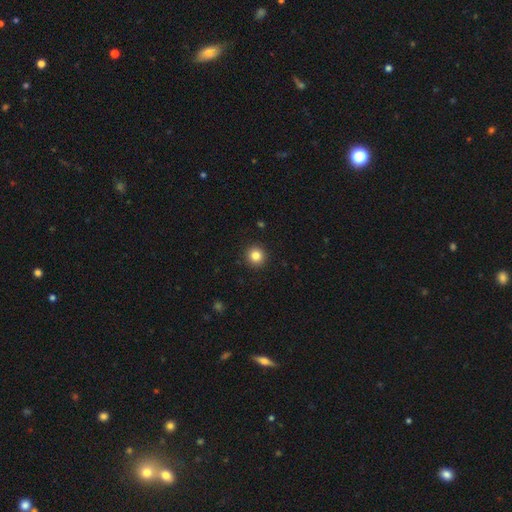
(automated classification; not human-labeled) smooth-or-featured: smooth: 84% | star or artifact: 11% | featured or disk: 5%
  how-rounded: round: 95% | in between: 4% | cigar-shaped: 1%
  merging: none: 93% | minor disturbance: 5% | major disturbance: 2% | merger: 1%